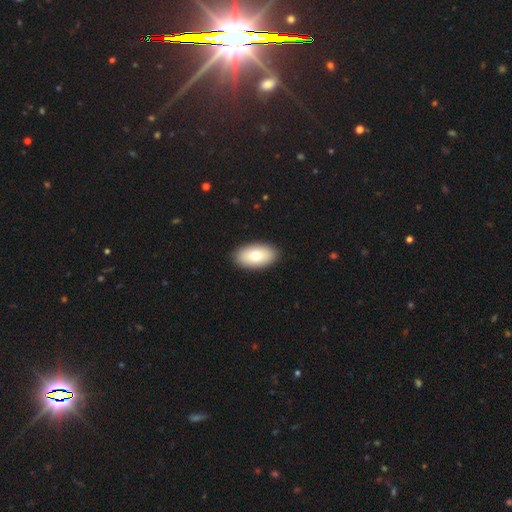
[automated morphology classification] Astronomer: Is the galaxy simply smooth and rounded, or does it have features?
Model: smooth — 78%.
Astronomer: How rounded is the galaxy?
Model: in between — 95%.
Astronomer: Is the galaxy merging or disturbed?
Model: none — 91%.